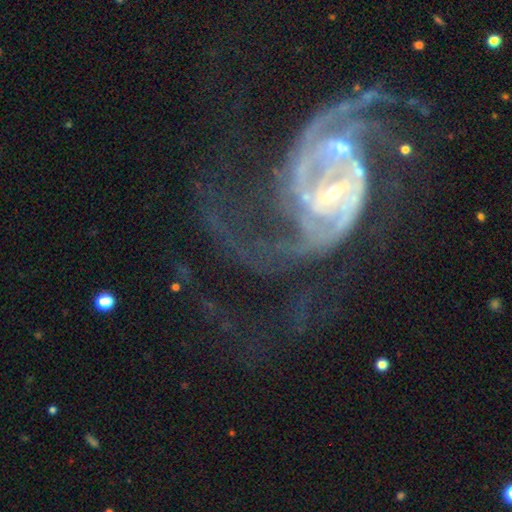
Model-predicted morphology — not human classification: This appears to be a featured or disk galaxy (86%) with a weak bar (38%), 2 (59%) medium (43%) spiral arms (92%) and a small central bulge (77%). Merging: major disturbance (40%).